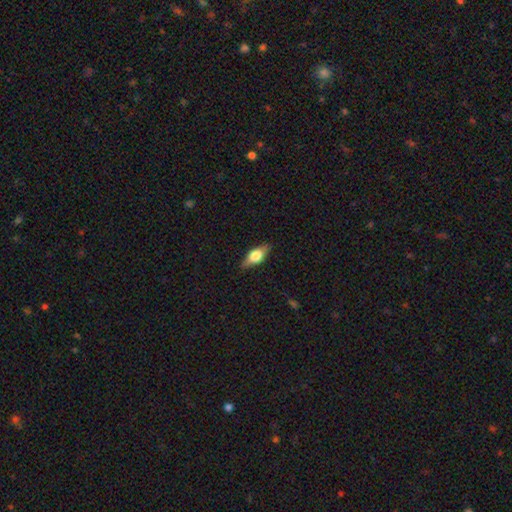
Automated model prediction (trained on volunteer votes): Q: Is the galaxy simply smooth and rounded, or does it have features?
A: smooth — 51%.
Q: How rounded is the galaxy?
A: in between — 71%.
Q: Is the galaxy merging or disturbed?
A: none — 85%.